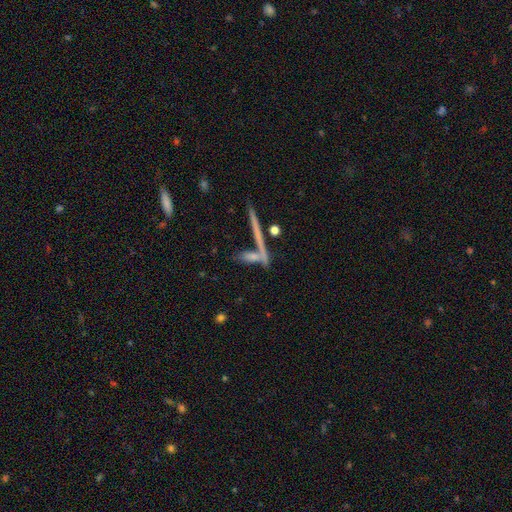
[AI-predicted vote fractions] A smooth galaxy with no disk features (55%) that is cigar-shaped (77%).

Vote fractions:
- Smooth or featured? smooth: 55% / featured or disk: 35% / star or artifact: 10%
- How rounded? cigar-shaped: 77% / in between: 18% / round: 6%
- Merging? none: 55% / merger: 29% / minor disturbance: 11% / major disturbance: 5%